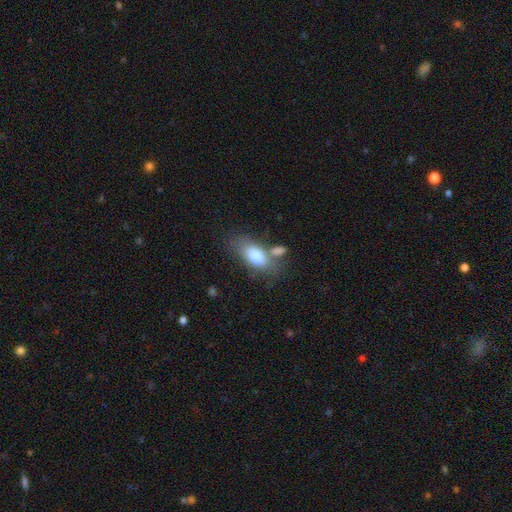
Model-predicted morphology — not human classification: A smooth galaxy with no disk features (79%) that is in between round and cigar-shaped (87%). Merging: none (47%).